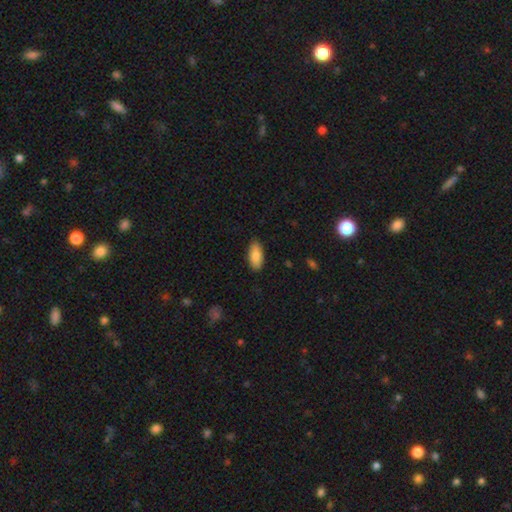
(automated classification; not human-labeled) Smooth or featured? smooth (86%)
How rounded? in between (87%)
Merging? none (87%)